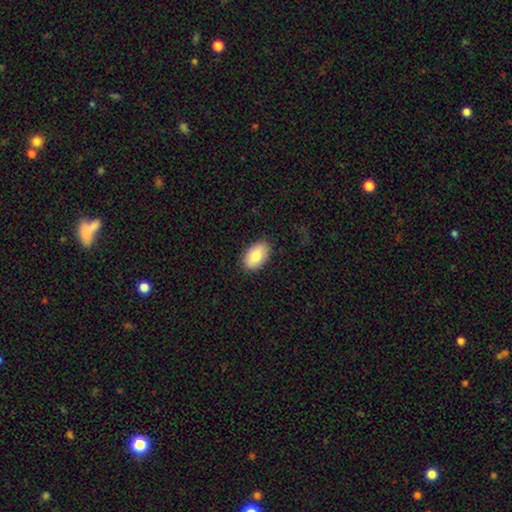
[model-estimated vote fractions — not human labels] Q: Smooth or featured?
A: smooth (83%); runner-up: featured or disk (11%)
Q: How rounded?
A: in between (93%); runner-up: round (6%)
Q: Merging?
A: none (86%); runner-up: minor disturbance (10%)